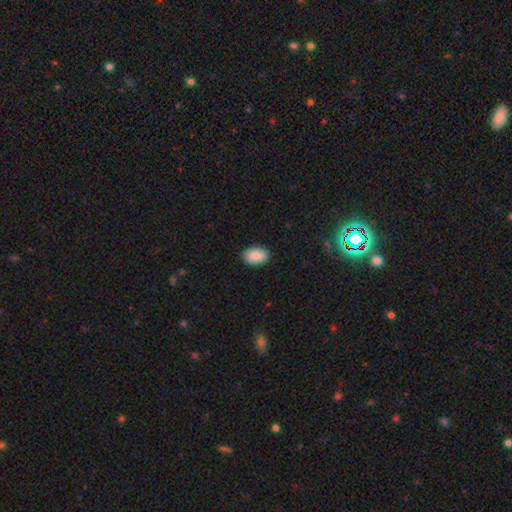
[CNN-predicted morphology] Q: Smooth or featured?
A: smooth (89%); runner-up: star or artifact (7%)
Q: How rounded?
A: in between (88%); runner-up: round (11%)
Q: Merging?
A: none (88%); runner-up: minor disturbance (9%)